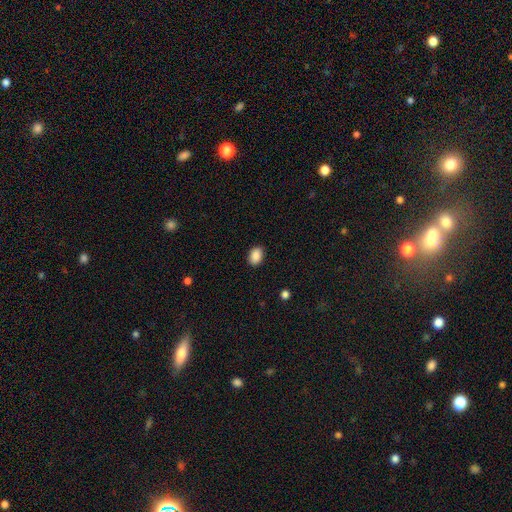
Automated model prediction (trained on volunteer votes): Smooth or featured?
  - smooth: 89% *
  - star or artifact: 8%
  - featured or disk: 3%
How rounded?
  - in between: 78% *
  - round: 21%
  - cigar-shaped: 1%
Merging?
  - none: 89% *
  - minor disturbance: 8%
  - major disturbance: 2%
  - merger: 1%